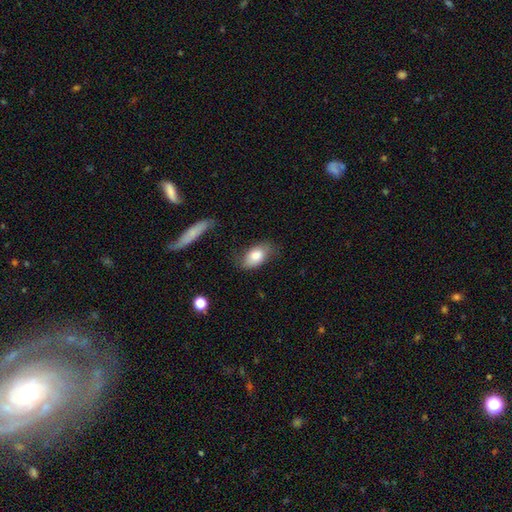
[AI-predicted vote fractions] Smooth or featured? Predicted: smooth (p=0.81). How rounded? Predicted: in between (p=0.90). Merging? Predicted: none (p=0.68).